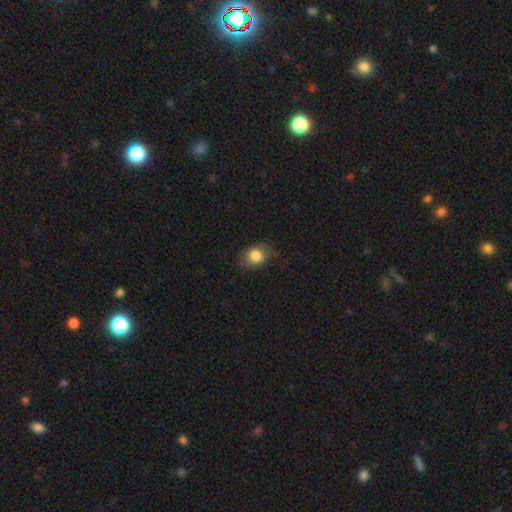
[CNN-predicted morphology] smooth-or-featured: smooth: 83% | star or artifact: 9% | featured or disk: 8%
  how-rounded: in between: 50% | round: 48% | cigar-shaped: 1%
  merging: none: 76% | minor disturbance: 18% | major disturbance: 5% | merger: 1%